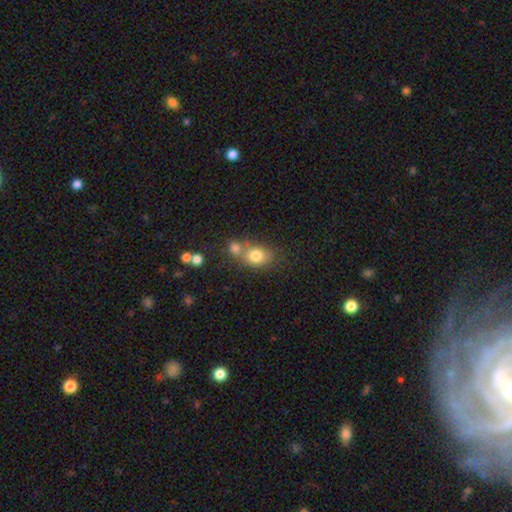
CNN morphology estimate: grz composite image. It shows a smooth galaxy with no disk features (78%) that is round (52%). Merging: none (44%).